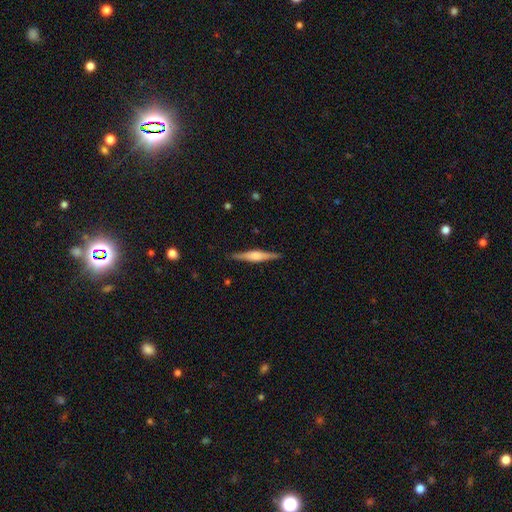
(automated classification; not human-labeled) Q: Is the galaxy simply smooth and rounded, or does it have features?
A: featured or disk — 69%.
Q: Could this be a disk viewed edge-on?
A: yes — 98%.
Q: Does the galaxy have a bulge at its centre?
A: rounded — 67%.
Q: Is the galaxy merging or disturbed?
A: none — 90%.